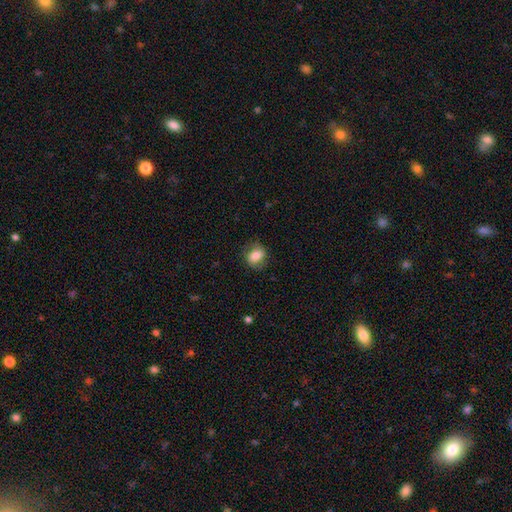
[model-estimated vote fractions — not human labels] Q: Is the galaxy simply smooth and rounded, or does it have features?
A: smooth — 76%.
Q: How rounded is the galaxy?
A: in between — 62%.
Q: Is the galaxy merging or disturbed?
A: none — 74%.